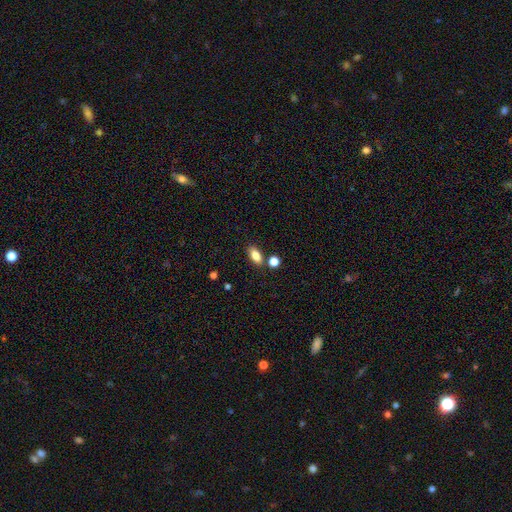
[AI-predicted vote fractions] The model was most divided on "merging": none: 79%, minor disturbance: 10%, merger: 9%, major disturbance: 3%. More confident: how rounded — in between (88%); smooth or featured — smooth (83%).